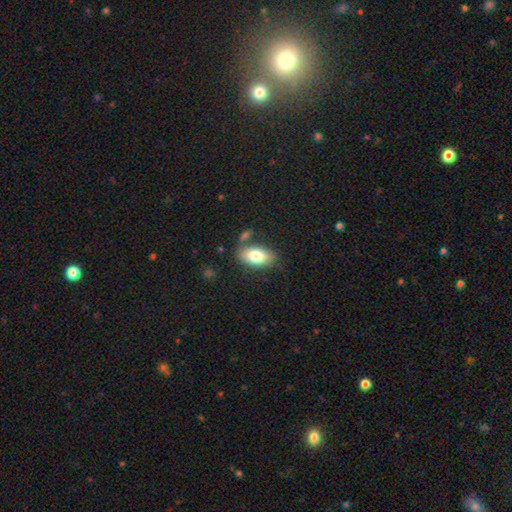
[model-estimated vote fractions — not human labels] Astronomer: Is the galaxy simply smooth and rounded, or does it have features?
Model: smooth — 80%.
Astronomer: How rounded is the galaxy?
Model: in between — 92%.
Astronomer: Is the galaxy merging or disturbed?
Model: none — 72%.